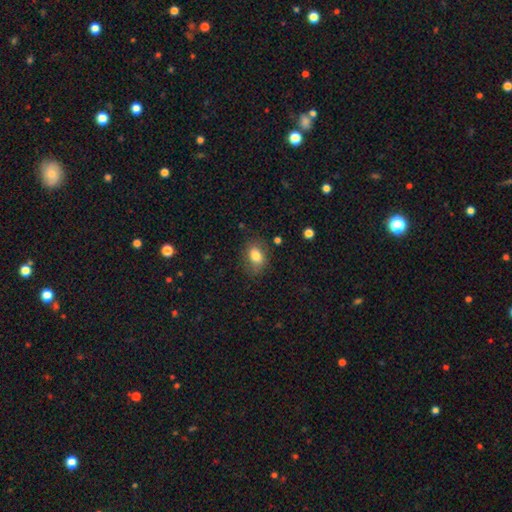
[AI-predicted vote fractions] A smooth galaxy with no disk features (80%) that is in between round and cigar-shaped (74%).

Vote fractions:
- Smooth or featured? smooth: 80% / featured or disk: 10% / star or artifact: 9%
- How rounded? in between: 74% / round: 25% / cigar-shaped: 2%
- Merging? none: 76% / minor disturbance: 17% / major disturbance: 5% / merger: 2%